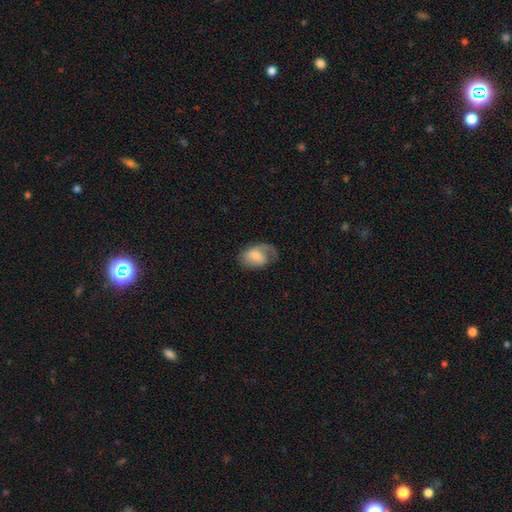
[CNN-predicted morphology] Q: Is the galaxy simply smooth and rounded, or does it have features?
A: smooth — 48%.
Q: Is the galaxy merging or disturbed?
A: none — 44%.